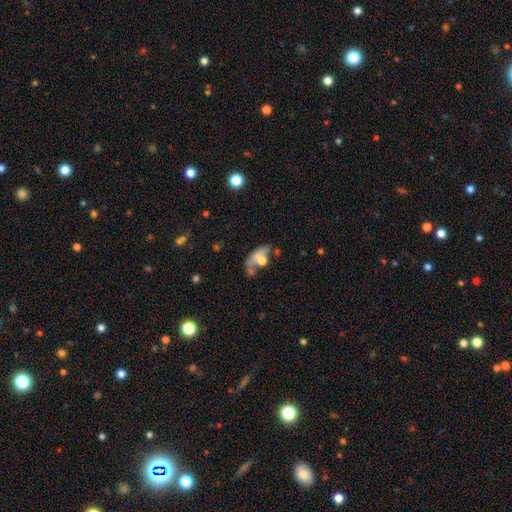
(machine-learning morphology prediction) Smooth or featured: smooth — 48% (featured or disk — 39%)
Merging: none — 30% (merger — 26%)